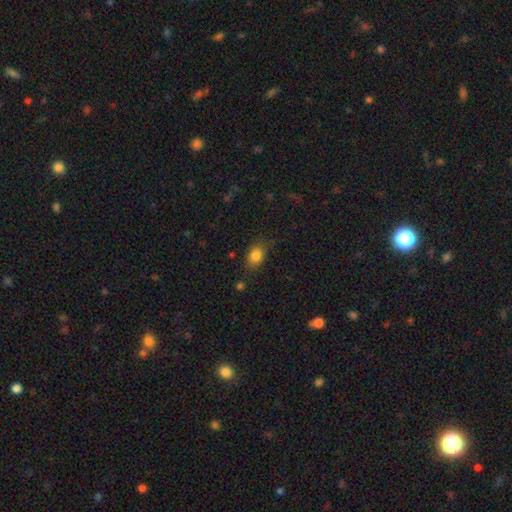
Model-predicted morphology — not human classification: Smooth or featured?
  - smooth: 83% *
  - star or artifact: 10%
  - featured or disk: 7%
How rounded?
  - in between: 71% *
  - round: 27%
  - cigar-shaped: 2%
Merging?
  - none: 75% *
  - minor disturbance: 18%
  - major disturbance: 5%
  - merger: 2%